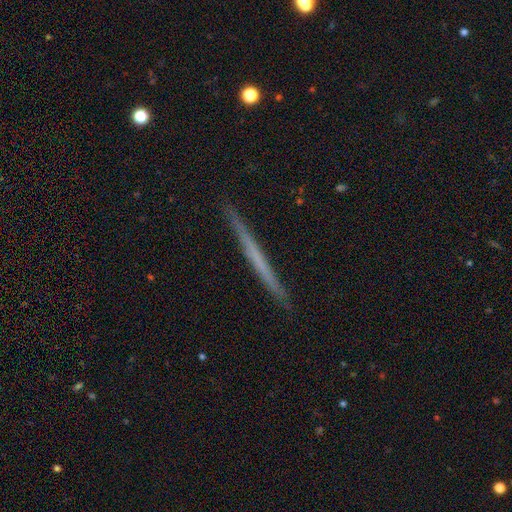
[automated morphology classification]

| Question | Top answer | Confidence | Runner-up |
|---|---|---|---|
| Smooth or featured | featured or disk | 52% | smooth (43%) |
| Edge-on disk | yes | 98% | no (2%) |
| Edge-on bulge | none | 93% | rounded (4%) |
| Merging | none | 92% | minor disturbance (6%) |